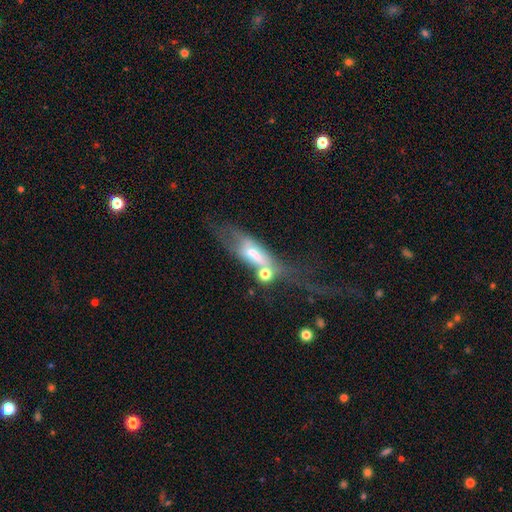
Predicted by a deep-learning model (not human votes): Smooth or featured?
  - featured or disk: 49% *
  - smooth: 39%
  - star or artifact: 12%
Merging?
  - merger: 35% *
  - major disturbance: 32%
  - none: 20%
  - minor disturbance: 13%